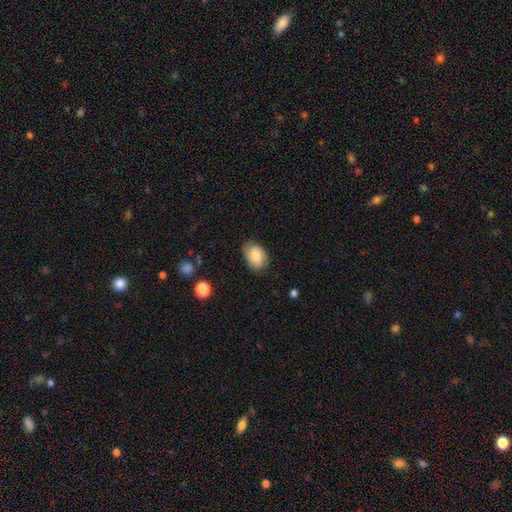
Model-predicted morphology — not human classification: Smooth or featured? Predicted: smooth (p=0.82). How rounded? Predicted: in between (p=0.82). Merging? Predicted: none (p=0.74).